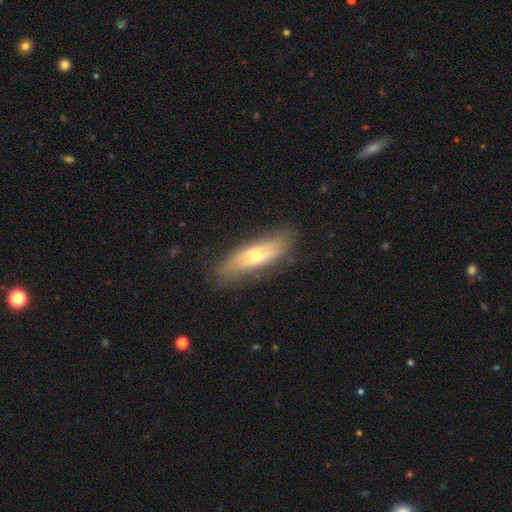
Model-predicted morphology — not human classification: smooth 51%, featured or disk 42%, star or artifact 7%. Down the decision tree: how rounded — cigar-shaped (55%); merging — none (77%).